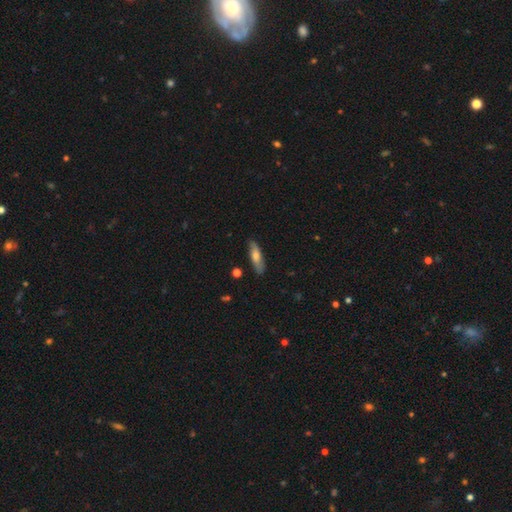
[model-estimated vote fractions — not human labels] This appears to be a smooth galaxy with no disk features (63%) that is cigar-shaped (65%). Merging: none (83%).